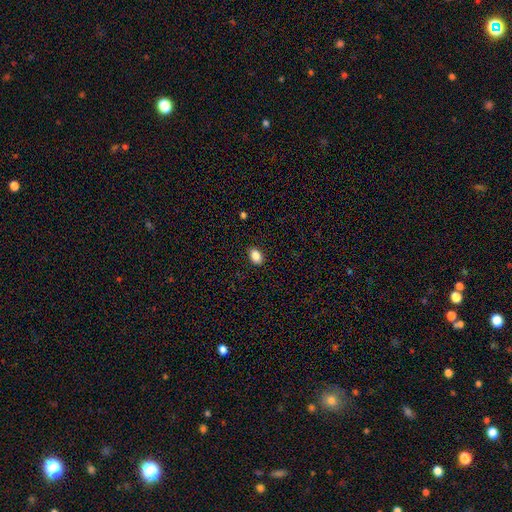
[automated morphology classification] Smooth or featured? Predicted: smooth (p=0.87). How rounded? Predicted: in between (p=0.85). Merging? Predicted: none (p=0.89).